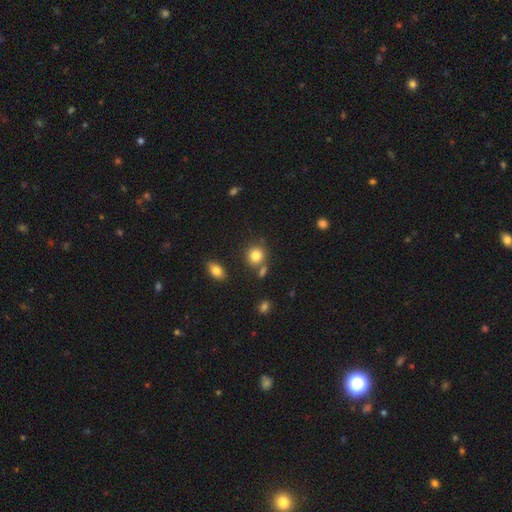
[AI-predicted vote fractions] Smooth or featured? smooth (82%)
How rounded? round (83%)
Merging? none (69%)